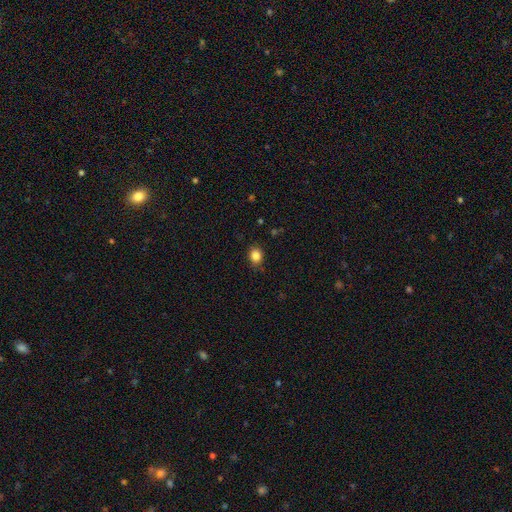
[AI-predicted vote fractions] smooth 85%, star or artifact 10%, featured or disk 5%. Down the decision tree: how rounded — round (52%); merging — none (85%).